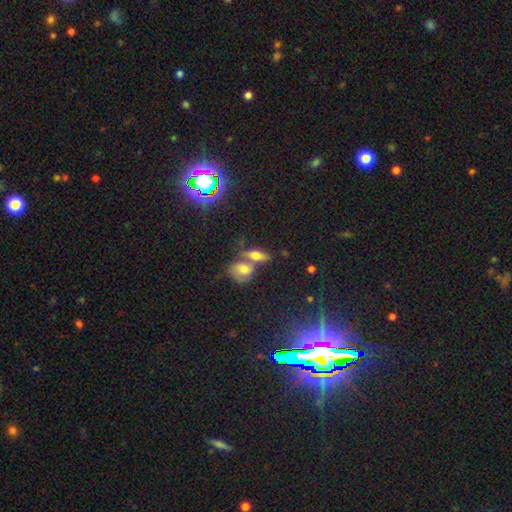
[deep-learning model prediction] The model was most divided on "merging": none: 45%, merger: 41%, minor disturbance: 10%, major disturbance: 4%. More confident: how rounded — in between (60%); smooth or featured — smooth (56%).